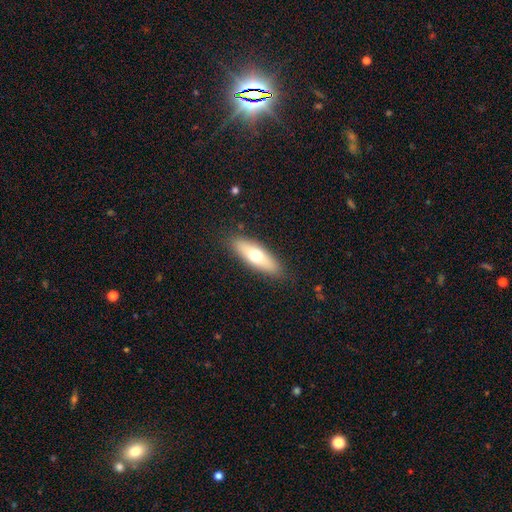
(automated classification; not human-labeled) smooth-or-featured: smooth: 61% | featured or disk: 33% | star or artifact: 6%
  how-rounded: in between: 51% | cigar-shaped: 46% | round: 3%
  merging: none: 87% | minor disturbance: 9% | major disturbance: 2% | merger: 1%